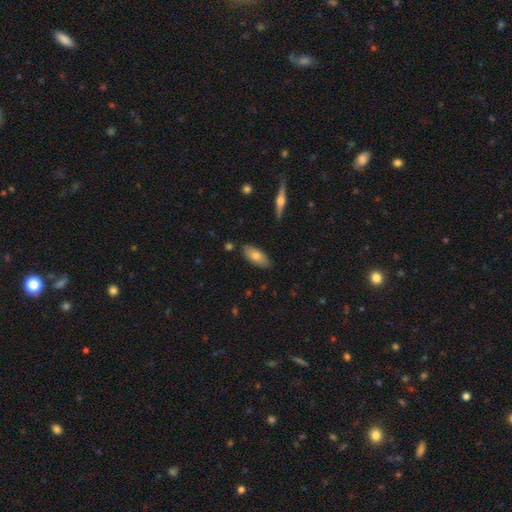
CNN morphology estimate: Smooth or featured? smooth (72%)
How rounded? in between (83%)
Merging? none (84%)